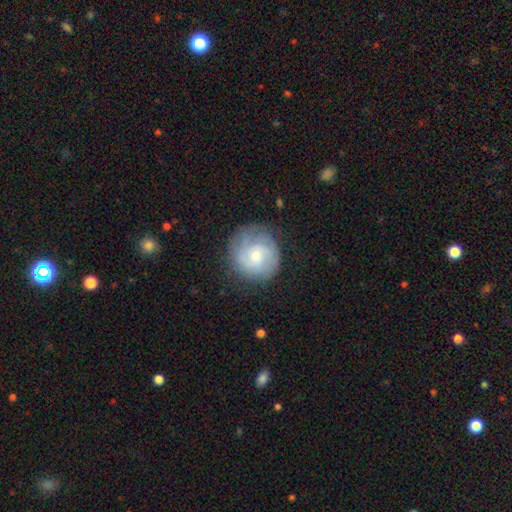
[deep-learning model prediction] Smooth or featured?
  - featured or disk: 59% *
  - smooth: 34%
  - star or artifact: 7%
Edge-on disk?
  - no: 98% *
  - yes: 2%
Bar?
  - no: 67% *
  - weak: 29%
  - strong: 4%
Spiral arms?
  - yes: 87% *
  - no: 13%
Spiral winding?
  - tight: 51% *
  - medium: 36%
  - loose: 13%
Spiral arm count?
  - 2: 43% *
  - can't tell: 31%
  - 3: 13%
  - 1: 5%
  - 4: 4%
  - more than 4: 4%
Bulge size?
  - small: 56% *
  - moderate: 38%
  - large: 3%
  - none: 2%
  - dominant: 1%
Merging?
  - none: 77% *
  - minor disturbance: 15%
  - major disturbance: 6%
  - merger: 1%